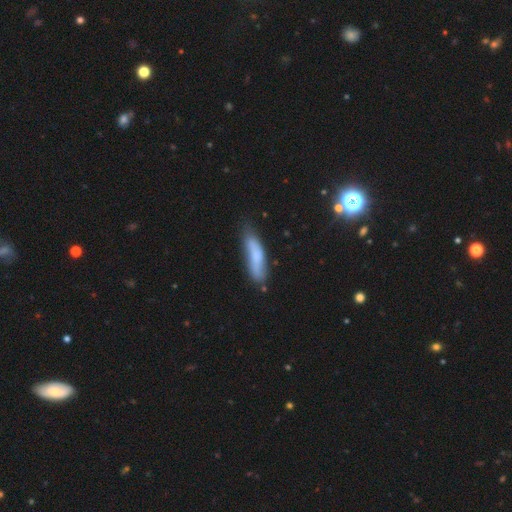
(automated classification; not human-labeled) smooth 70%, featured or disk 22%, star or artifact 8%. Down the decision tree: how rounded — cigar-shaped (69%); merging — none (59%).